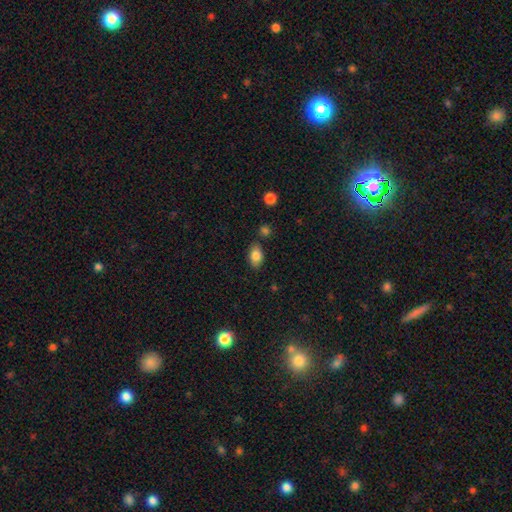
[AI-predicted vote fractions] This is clearly a smooth galaxy (83%). How rounded: clearly in between (88%). Merging: likely none (79%).